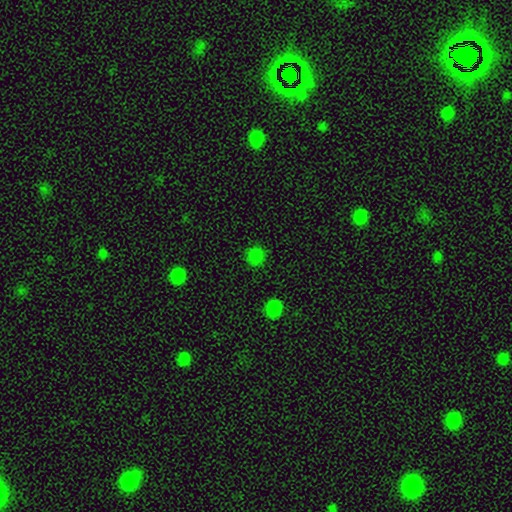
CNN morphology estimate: type=smooth (80%); roundness=round (93%); merging=none (90%).